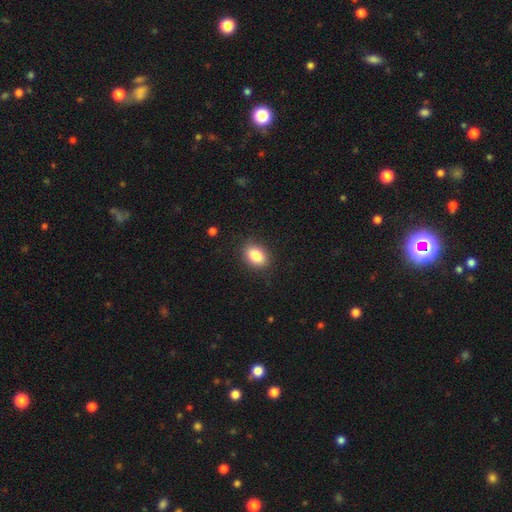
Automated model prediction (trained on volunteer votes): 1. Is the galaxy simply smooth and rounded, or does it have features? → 85% smooth, 8% star or artifact, 7% featured or disk.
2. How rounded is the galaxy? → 79% in between, 19% round, 2% cigar-shaped.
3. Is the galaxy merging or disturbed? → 85% none, 11% minor disturbance, 3% major disturbance, 1% merger.